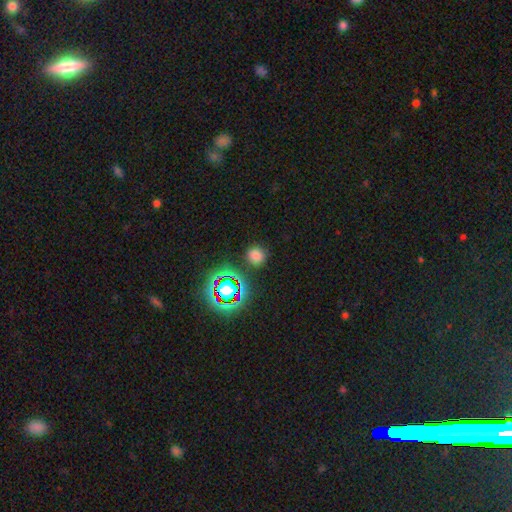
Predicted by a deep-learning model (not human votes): Q: Smooth or featured?
A: smooth (71%); runner-up: star or artifact (23%)
Q: How rounded?
A: round (88%); runner-up: in between (10%)
Q: Merging?
A: none (86%); runner-up: minor disturbance (9%)